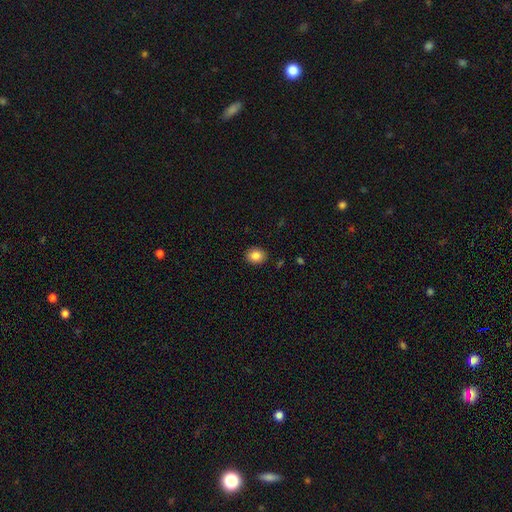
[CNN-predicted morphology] type=smooth (85%); roundness=round (60%); merging=none (90%).